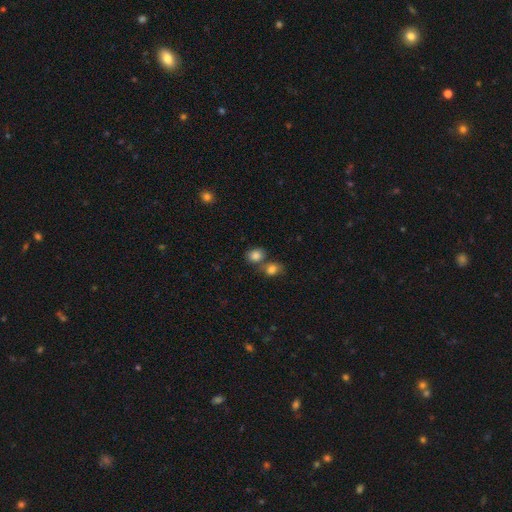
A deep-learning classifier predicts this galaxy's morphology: A smooth galaxy with no disk features (83%) that is round (54%).

Vote fractions:
- Smooth or featured? smooth: 83% / star or artifact: 10% / featured or disk: 6%
- How rounded? round: 54% / in between: 45% / cigar-shaped: 1%
- Merging? none: 49% / merger: 37% / minor disturbance: 11% / major disturbance: 4%